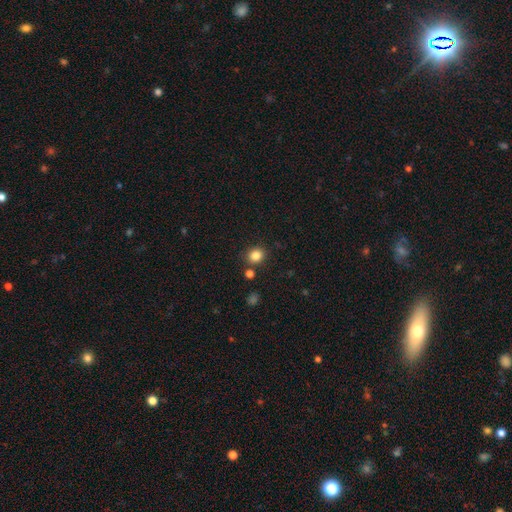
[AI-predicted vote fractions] A smooth galaxy with no disk features (83%) that is round (75%). Merging: none (84%).